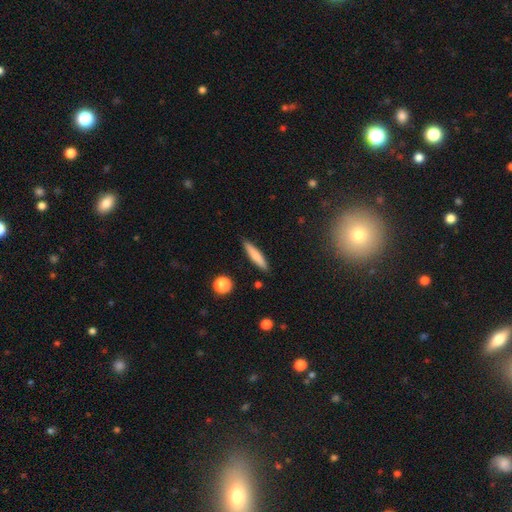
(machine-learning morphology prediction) The model was most divided on "smooth or featured": smooth: 75%, featured or disk: 18%, star or artifact: 7%. More confident: merging — none (88%); how rounded — cigar-shaped (88%).